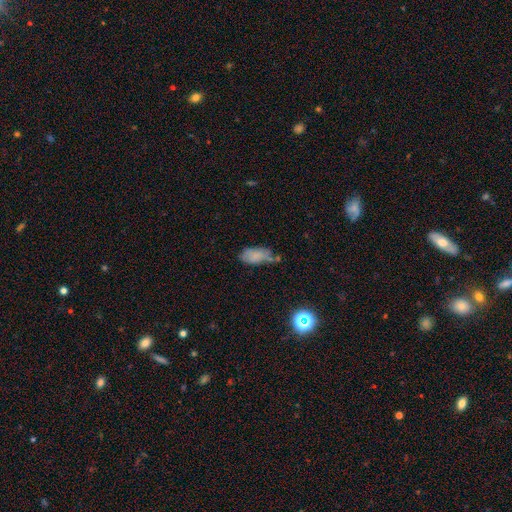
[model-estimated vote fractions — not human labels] A smooth galaxy with no disk features (77%) that is in between round and cigar-shaped (91%). Merging: none (47%).